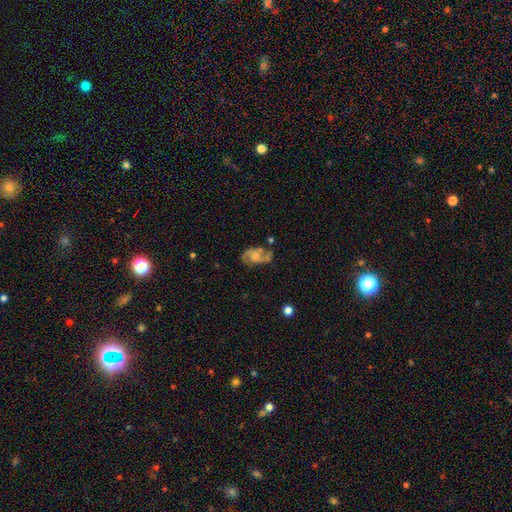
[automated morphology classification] This appears to be a featured or disk galaxy (61%) with no bar (63%), spiral arms (78%) and a small central bulge (37%). Merging: none (47%).